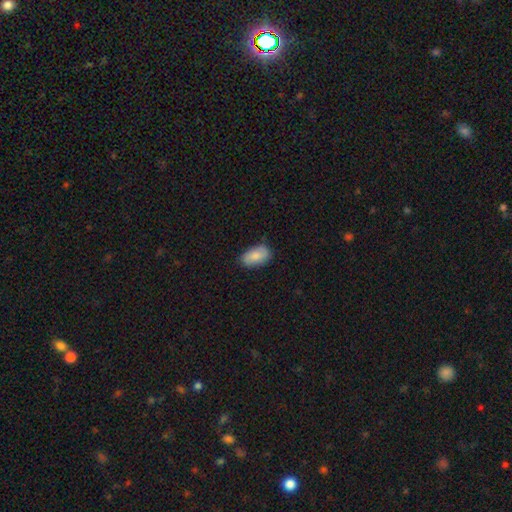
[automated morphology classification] Q: Smooth or featured?
A: smooth (83%); runner-up: featured or disk (11%)
Q: How rounded?
A: in between (94%); runner-up: round (4%)
Q: Merging?
A: none (81%); runner-up: minor disturbance (15%)